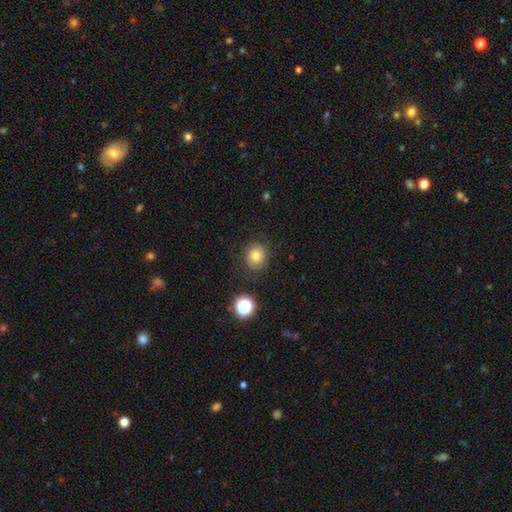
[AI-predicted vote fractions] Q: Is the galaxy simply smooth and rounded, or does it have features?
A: smooth — 68%.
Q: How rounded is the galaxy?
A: round — 77%.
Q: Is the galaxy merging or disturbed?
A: none — 80%.